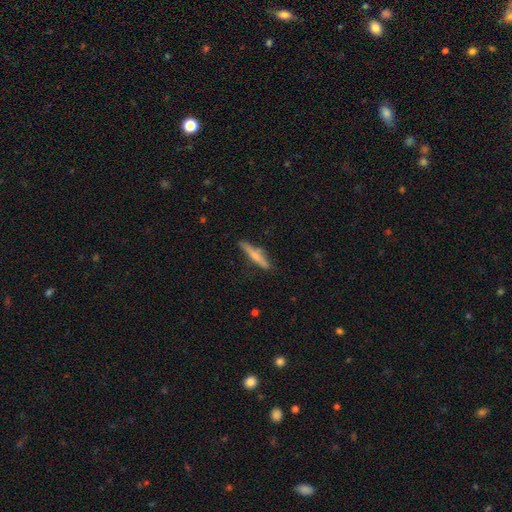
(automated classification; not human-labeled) Q: Smooth or featured?
A: smooth (53%); runner-up: featured or disk (41%)
Q: How rounded?
A: cigar-shaped (89%); runner-up: in between (9%)
Q: Merging?
A: none (78%); runner-up: minor disturbance (16%)